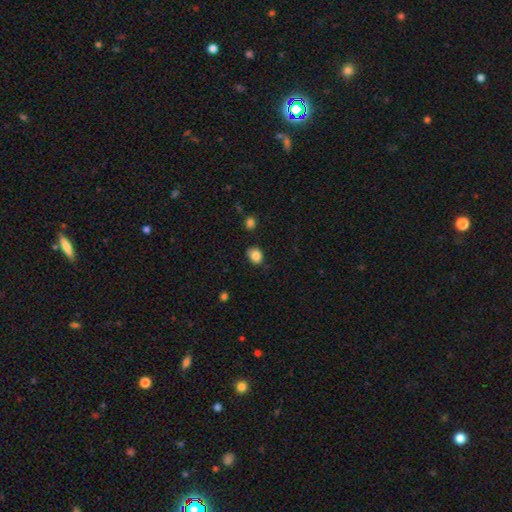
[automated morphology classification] Overall: smooth (85%). How rounded: in between (54%; round 45%). Merging: none (75%).